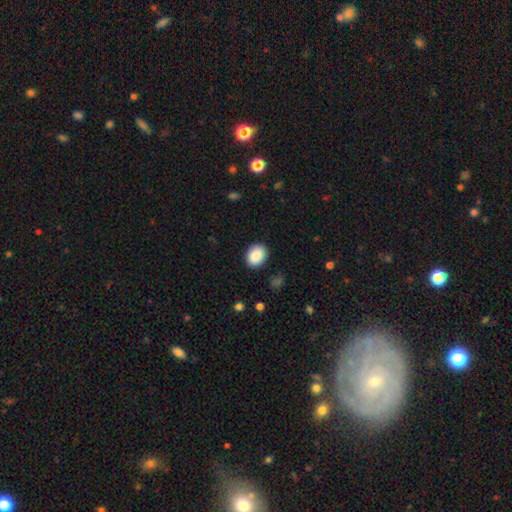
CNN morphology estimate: Smooth or featured? smooth (89%)
How rounded? in between (54%)
Merging? none (89%)